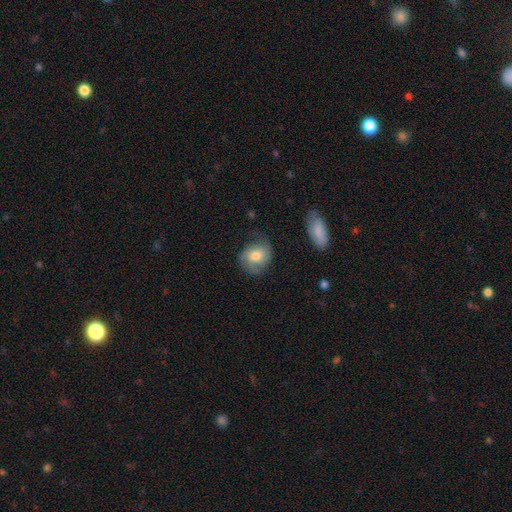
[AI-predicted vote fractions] Overall: smooth (55%; featured or disk 38%). How rounded: round (66%; in between 33%). Merging: none (59%; minor disturbance 27%).